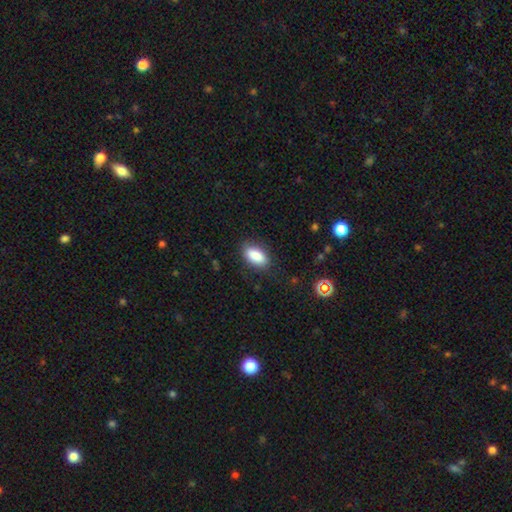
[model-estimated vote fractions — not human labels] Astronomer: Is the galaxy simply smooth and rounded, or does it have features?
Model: smooth — 87%.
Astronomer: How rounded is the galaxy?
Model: in between — 91%.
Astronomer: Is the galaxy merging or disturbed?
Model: none — 84%.